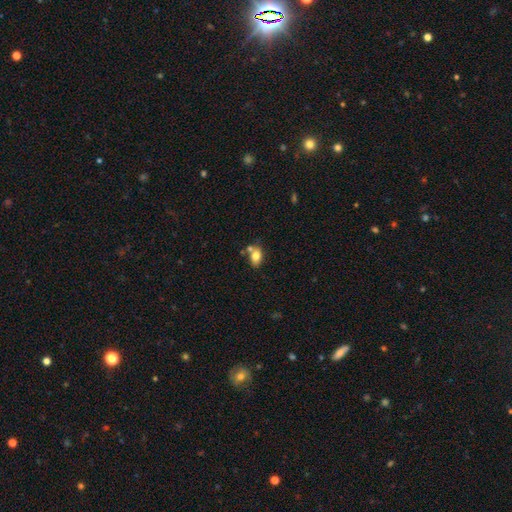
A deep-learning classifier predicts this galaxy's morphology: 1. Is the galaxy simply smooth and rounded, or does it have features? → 77% smooth, 14% featured or disk, 9% star or artifact.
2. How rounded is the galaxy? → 83% in between, 15% round, 2% cigar-shaped.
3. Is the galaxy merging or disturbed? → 55% none, 26% merger, 15% minor disturbance, 4% major disturbance.